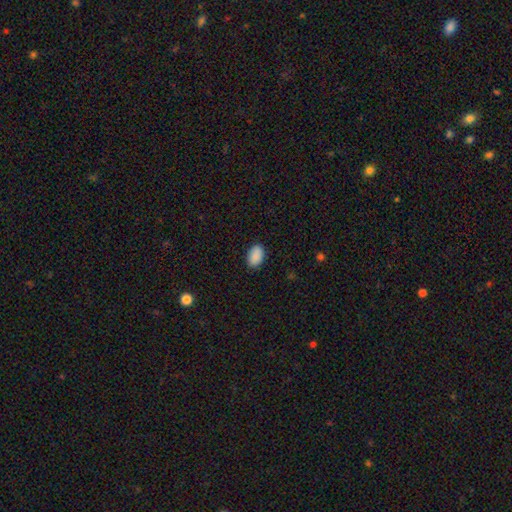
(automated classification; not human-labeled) smooth 90%, star or artifact 7%, featured or disk 3%. Down the decision tree: how rounded — in between (90%); merging — none (88%).